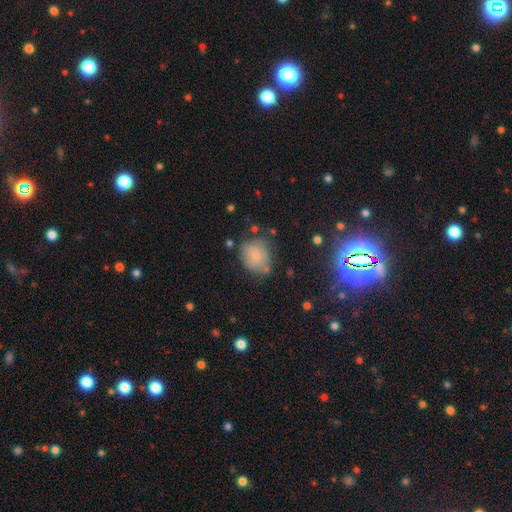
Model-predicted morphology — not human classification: Smooth or featured? smooth (72%)
How rounded? round (64%)
Merging? none (62%)